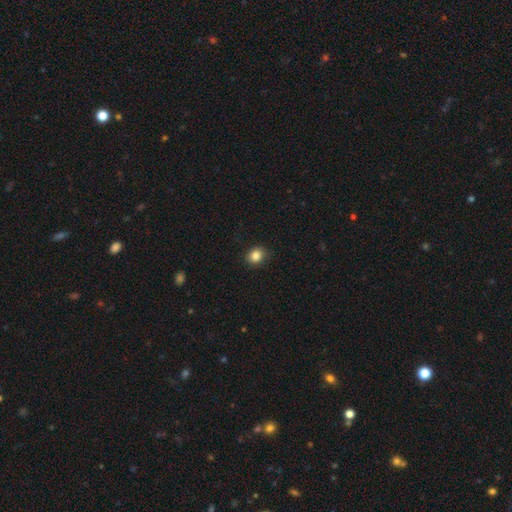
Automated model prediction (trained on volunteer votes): A smooth galaxy with no disk features (86%) that is round (64%). Merging: none (87%).